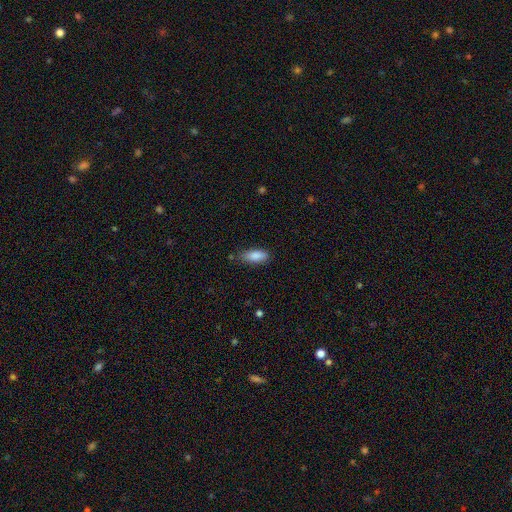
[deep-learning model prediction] Smooth or featured? smooth (87%)
How rounded? in between (77%)
Merging? none (77%)